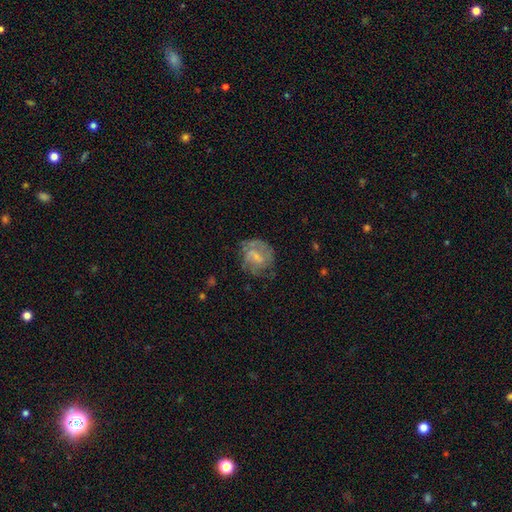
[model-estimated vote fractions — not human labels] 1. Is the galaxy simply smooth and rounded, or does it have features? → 64% featured or disk, 28% smooth, 8% star or artifact.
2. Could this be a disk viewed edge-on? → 98% no, 2% yes.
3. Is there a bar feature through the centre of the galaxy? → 49% weak, 39% no, 12% strong.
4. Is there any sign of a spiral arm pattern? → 77% yes, 23% no.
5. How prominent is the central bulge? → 48% small, 26% none, 22% moderate, 3% large, 1% dominant.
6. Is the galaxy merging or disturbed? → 58% none, 23% minor disturbance, 17% major disturbance, 2% merger.